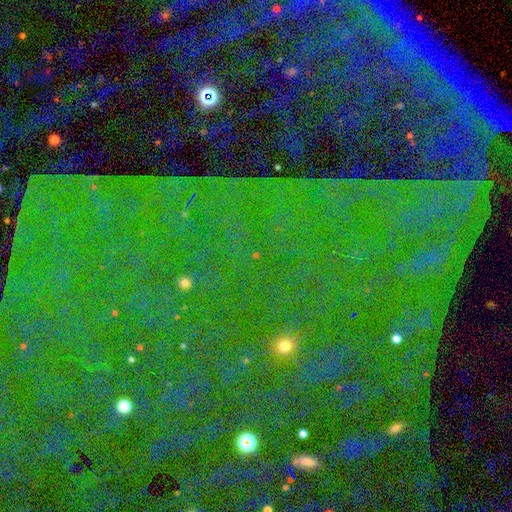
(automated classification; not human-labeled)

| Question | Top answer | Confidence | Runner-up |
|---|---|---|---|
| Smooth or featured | star or artifact | 83% | smooth (9%) |